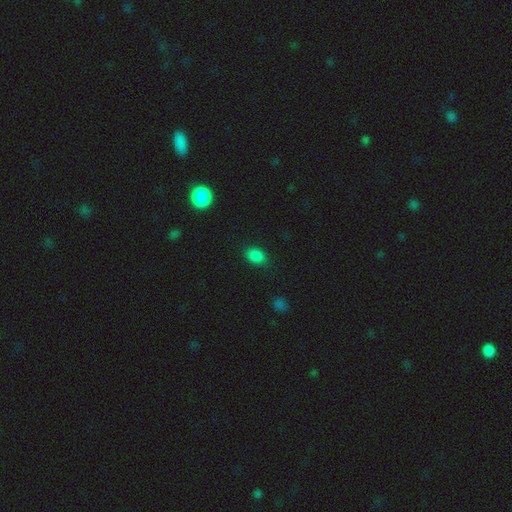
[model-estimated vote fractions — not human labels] smooth_or_featured: smooth (p=0.84) [alt: star or artifact p=0.12]
how_rounded: in between (p=0.81) [alt: round p=0.17]
merging: none (p=0.85) [alt: minor disturbance p=0.11]